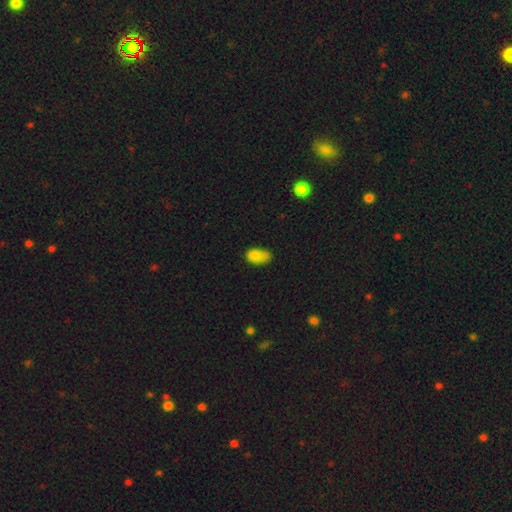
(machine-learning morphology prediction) Q: Smooth or featured?
A: smooth (82%); runner-up: star or artifact (10%)
Q: How rounded?
A: in between (89%); runner-up: round (9%)
Q: Merging?
A: none (45%); runner-up: minor disturbance (36%)